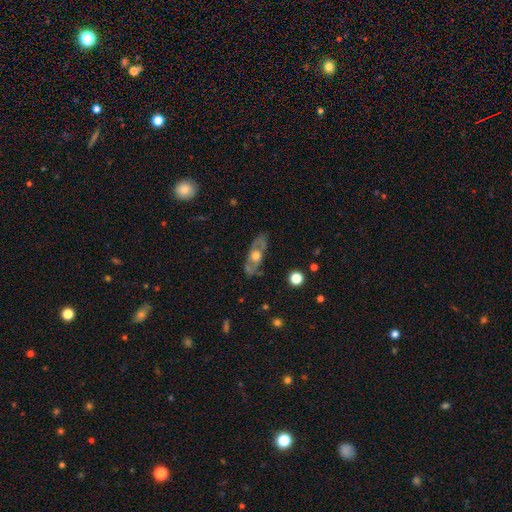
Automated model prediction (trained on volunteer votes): smooth_or_featured: featured or disk (p=0.60) [alt: smooth p=0.33]
disk_edge_on: no (p=0.71) [alt: yes p=0.29]
merging: none (p=0.74) [alt: minor disturbance p=0.17]